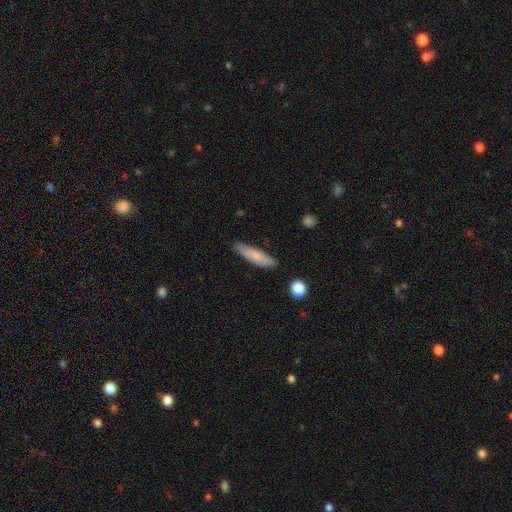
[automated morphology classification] smooth 75%, featured or disk 19%, star or artifact 6%. Down the decision tree: how rounded — cigar-shaped (68%); merging — none (83%).